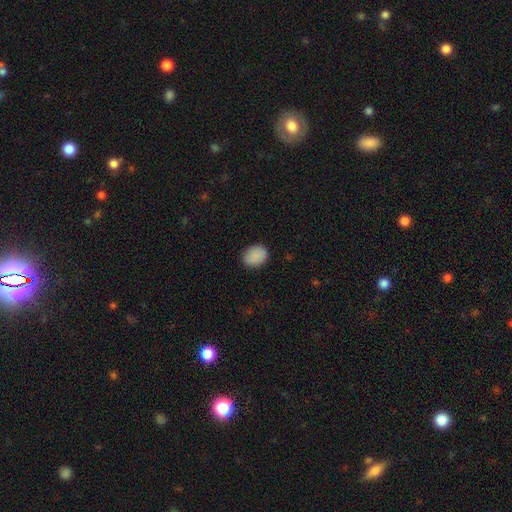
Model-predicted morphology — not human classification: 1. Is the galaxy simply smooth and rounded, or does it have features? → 89% smooth, 8% star or artifact, 3% featured or disk.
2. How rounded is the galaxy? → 57% in between, 42% round, 1% cigar-shaped.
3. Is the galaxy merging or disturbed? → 85% none, 11% minor disturbance, 2% major disturbance, 1% merger.